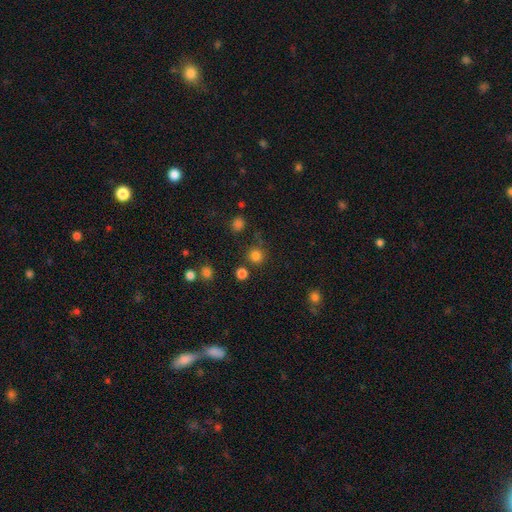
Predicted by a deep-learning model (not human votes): smooth-or-featured: smooth: 79% | star or artifact: 16% | featured or disk: 5%
  how-rounded: round: 93% | in between: 6% | cigar-shaped: 1%
  merging: none: 80% | minor disturbance: 9% | merger: 8% | major disturbance: 4%